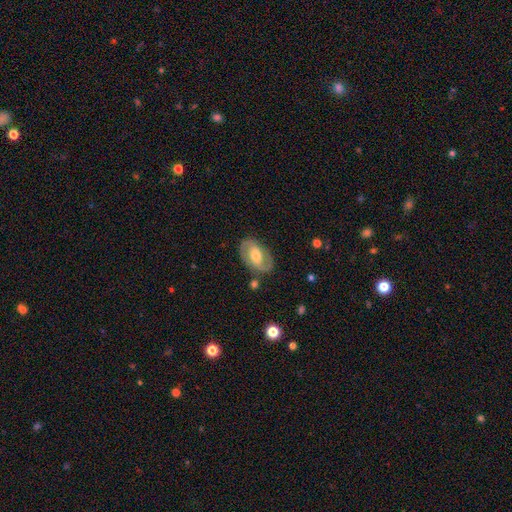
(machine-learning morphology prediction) This is likely a featured or disk galaxy (75%). It is clearly not viewed edge-on (95%). Bar: marginally weak (42%). Spiral arm pattern: clearly yes (84%). Spiral arm count: clearly 2 (87%). Spiral winding: possibly medium (49%). Central bulge: likely moderate (67%). Merging: clearly none (81%).